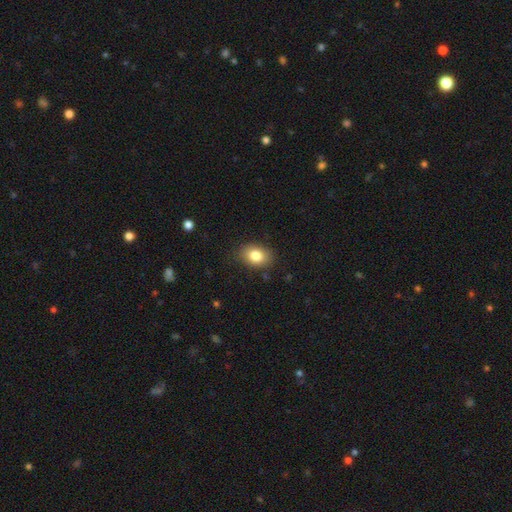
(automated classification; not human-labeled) Smooth or featured: smooth — 82% (featured or disk — 9%)
How rounded: in between — 77% (round — 22%)
Merging: none — 84% (minor disturbance — 12%)